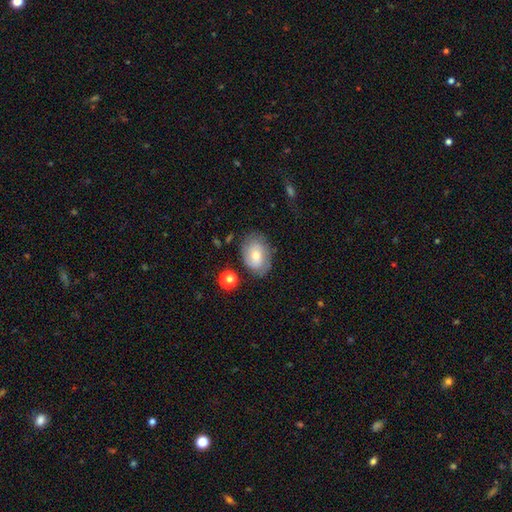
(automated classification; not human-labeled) This appears to be a smooth galaxy with no disk features (60%) that is in between round and cigar-shaped (74%). Merging: none (71%).